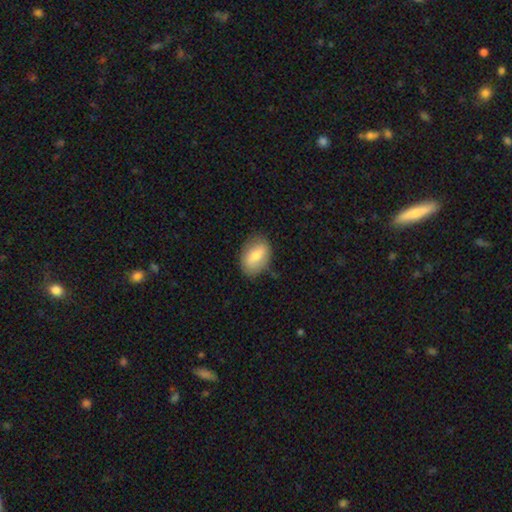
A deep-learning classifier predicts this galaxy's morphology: A smooth galaxy with no disk features (73%) that is in between round and cigar-shaped (86%).

Vote fractions:
- Smooth or featured? smooth: 73% / featured or disk: 21% / star or artifact: 7%
- How rounded? in between: 86% / round: 12% / cigar-shaped: 2%
- Merging? none: 79% / minor disturbance: 16% / major disturbance: 4% / merger: 1%